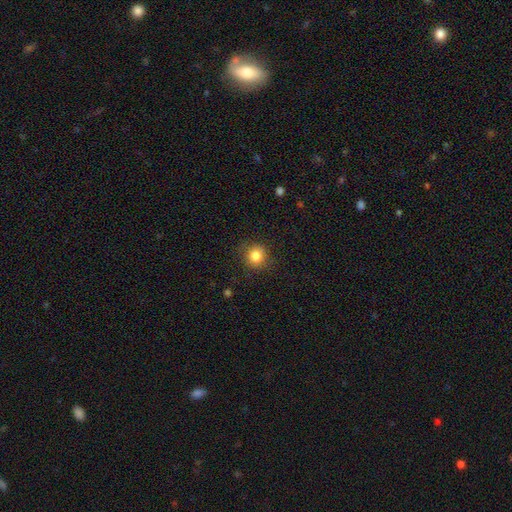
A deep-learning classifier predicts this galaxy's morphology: The model was most divided on "smooth or featured": smooth: 83%, star or artifact: 11%, featured or disk: 6%. More confident: how rounded — round (88%); merging — none (86%).